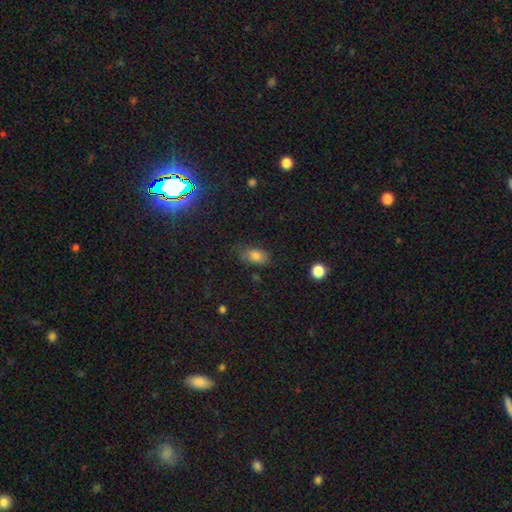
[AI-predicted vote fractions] This is clearly a smooth galaxy (80%). How rounded: clearly in between (86%). Merging: likely none (65%).